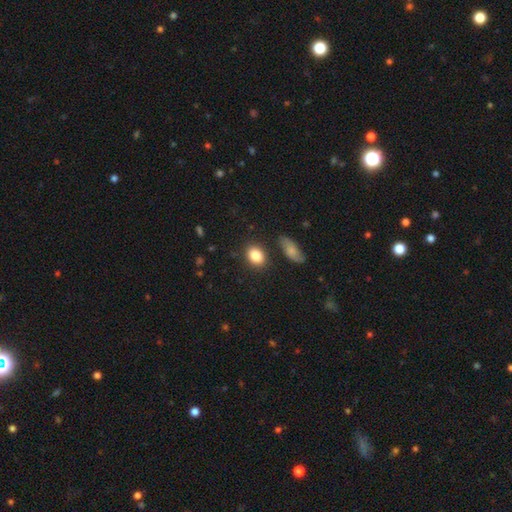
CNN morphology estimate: The model was most divided on "how rounded": in between: 62%, round: 36%, cigar-shaped: 2%. More confident: smooth or featured — smooth (85%); merging — none (81%).